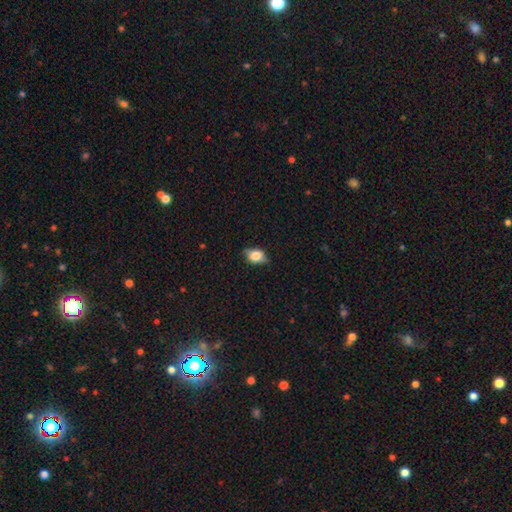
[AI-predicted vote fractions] Q: Smooth or featured?
A: smooth (61%); runner-up: featured or disk (29%)
Q: How rounded?
A: in between (66%); runner-up: round (30%)
Q: Merging?
A: none (75%); runner-up: minor disturbance (19%)